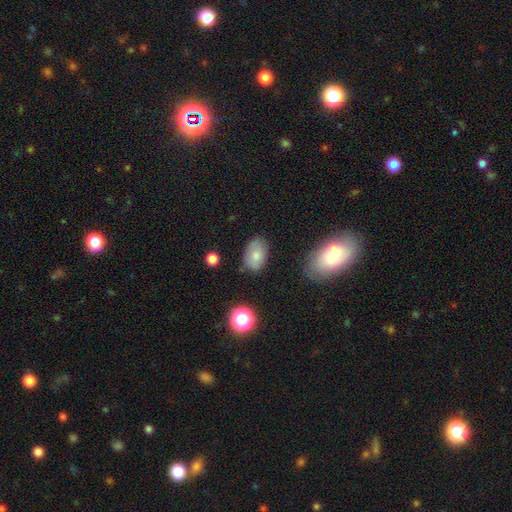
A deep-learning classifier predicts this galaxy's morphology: This is likely a smooth galaxy (79%). How rounded: clearly in between (90%). Merging: likely none (73%).